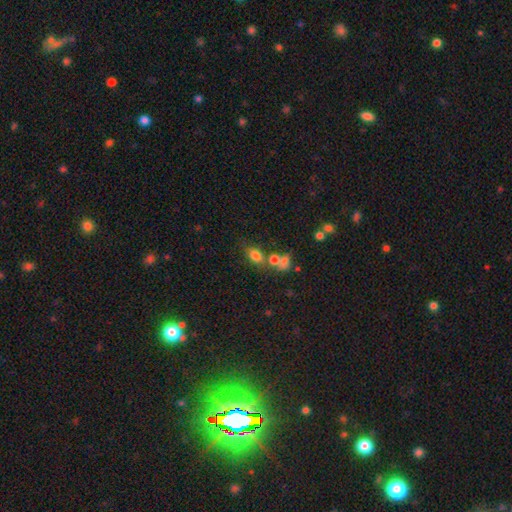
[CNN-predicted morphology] Smooth or featured?
  - smooth: 76% *
  - star or artifact: 13%
  - featured or disk: 10%
How rounded?
  - in between: 71% *
  - round: 26%
  - cigar-shaped: 3%
Merging?
  - none: 49% *
  - merger: 29%
  - minor disturbance: 14%
  - major disturbance: 8%